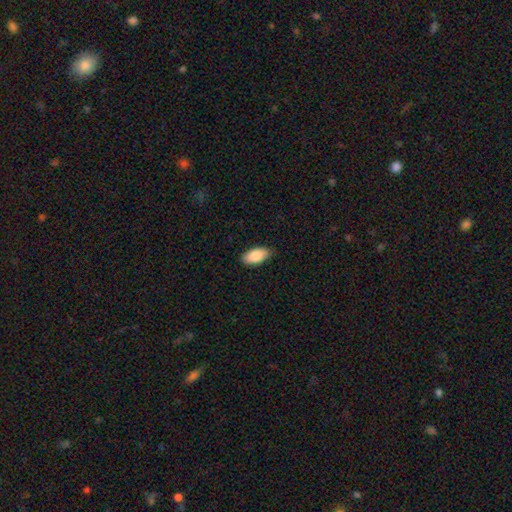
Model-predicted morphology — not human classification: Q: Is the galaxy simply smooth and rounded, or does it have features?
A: smooth — 88%.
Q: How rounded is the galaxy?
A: in between — 93%.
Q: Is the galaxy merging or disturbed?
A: none — 86%.